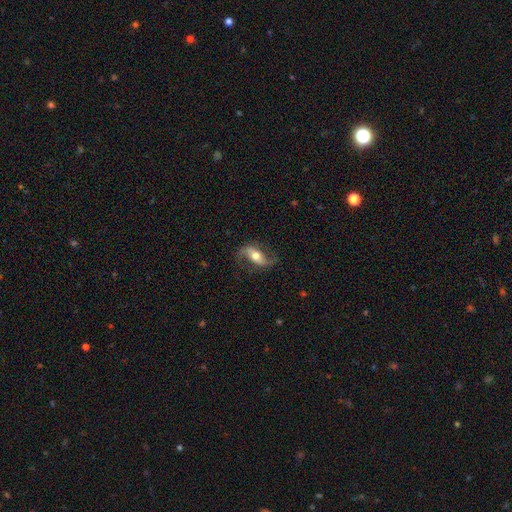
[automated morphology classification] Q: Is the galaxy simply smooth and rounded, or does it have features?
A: featured or disk — 74%.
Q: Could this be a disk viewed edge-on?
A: no — 91%.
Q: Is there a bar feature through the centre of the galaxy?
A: no — 36%.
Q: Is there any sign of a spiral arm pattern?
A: yes — 92%.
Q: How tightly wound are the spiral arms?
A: loose — 67%.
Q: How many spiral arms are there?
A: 2 — 91%.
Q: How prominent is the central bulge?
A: moderate — 67%.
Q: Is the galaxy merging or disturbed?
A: none — 74%.